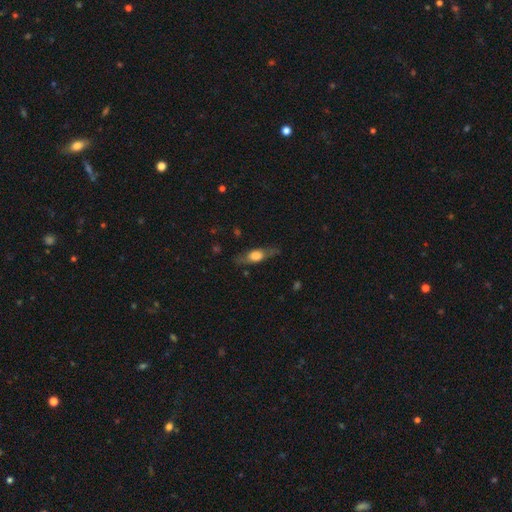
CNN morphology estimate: featured or disk 47%, smooth 46%, star or artifact 7%. Down the decision tree: merging — none (76%).